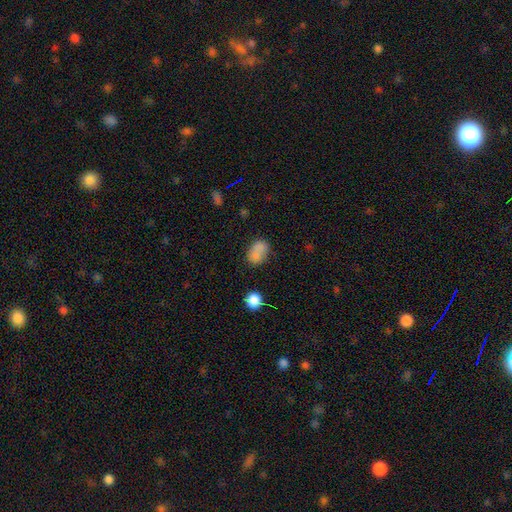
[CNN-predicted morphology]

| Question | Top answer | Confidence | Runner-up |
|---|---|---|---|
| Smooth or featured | smooth | 80% | star or artifact (11%) |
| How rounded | in between | 79% | round (19%) |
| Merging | none | 57% | minor disturbance (20%) |